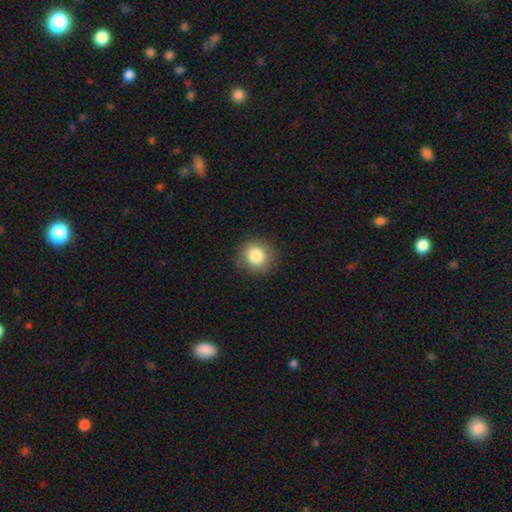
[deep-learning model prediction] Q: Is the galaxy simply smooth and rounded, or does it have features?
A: smooth — 82%.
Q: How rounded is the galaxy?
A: round — 90%.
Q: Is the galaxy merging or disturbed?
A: none — 86%.